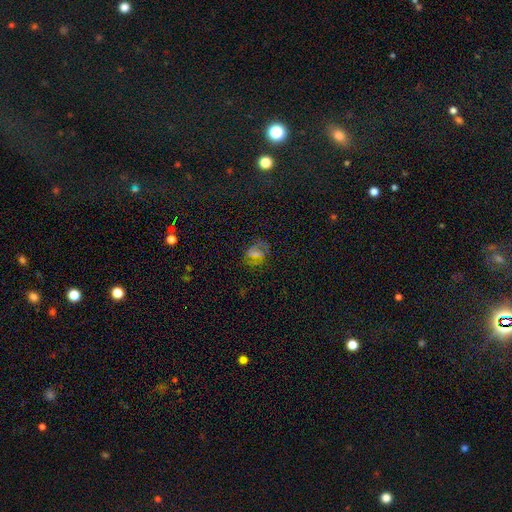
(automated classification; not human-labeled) Smooth or featured?
  - star or artifact: 37% *
  - smooth: 33%
  - featured or disk: 30%